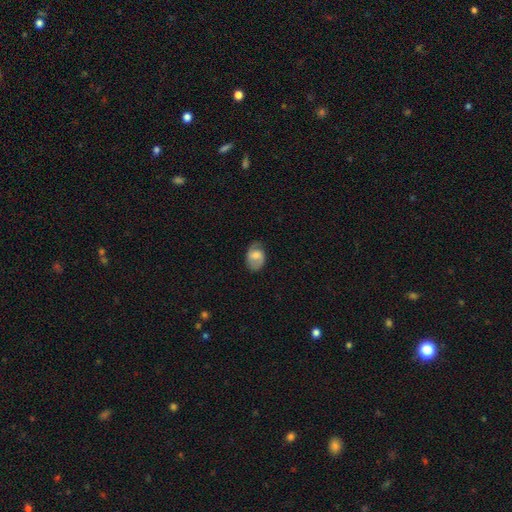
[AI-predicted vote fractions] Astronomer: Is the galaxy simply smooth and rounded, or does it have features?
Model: smooth — 53% (runner-up: featured or disk, 40%).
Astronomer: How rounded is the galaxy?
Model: in between — 77%.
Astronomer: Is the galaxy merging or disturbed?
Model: none — 64%.